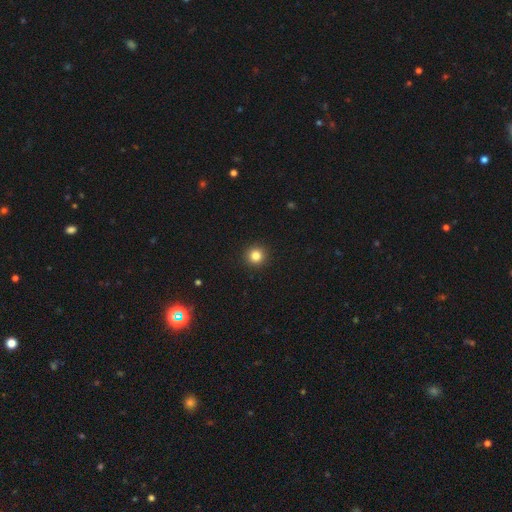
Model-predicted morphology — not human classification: A smooth galaxy with no disk features (83%) that is round (95%).

Vote fractions:
- Smooth or featured? smooth: 83% / star or artifact: 12% / featured or disk: 5%
- How rounded? round: 95% / in between: 4% / cigar-shaped: 1%
- Merging? none: 93% / minor disturbance: 4% / major disturbance: 2% / merger: 1%